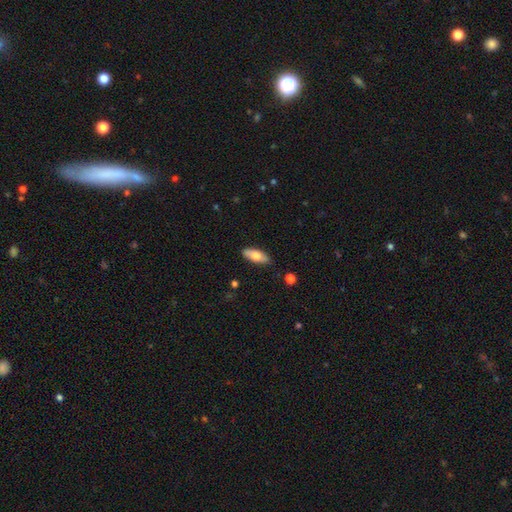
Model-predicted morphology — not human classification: type=smooth (68%); roundness=in between (77%); merging=none (86%).